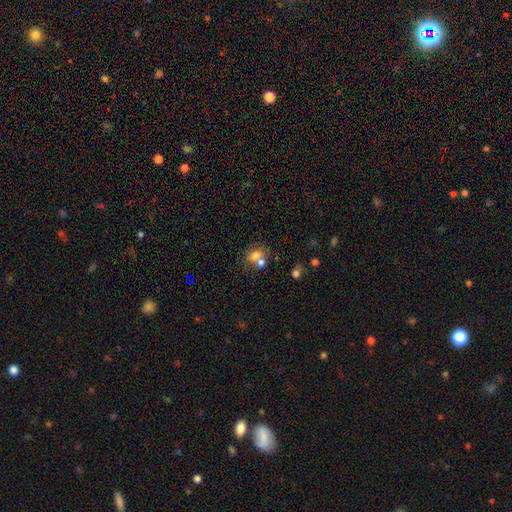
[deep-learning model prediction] smooth 70%, featured or disk 18%, star or artifact 12%. Down the decision tree: how rounded — in between (51%); merging — merger (51%).